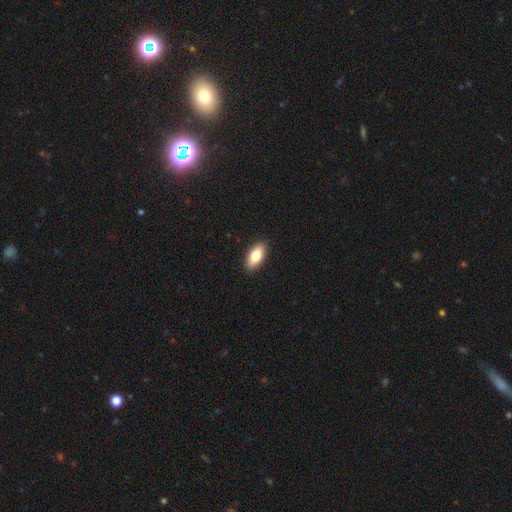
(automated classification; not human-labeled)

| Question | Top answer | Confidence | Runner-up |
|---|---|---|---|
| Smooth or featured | smooth | 81% | featured or disk (13%) |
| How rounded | in between | 90% | cigar-shaped (7%) |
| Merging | none | 91% | minor disturbance (7%) |